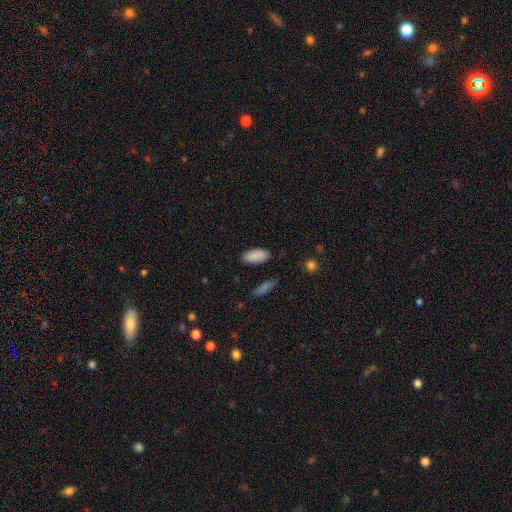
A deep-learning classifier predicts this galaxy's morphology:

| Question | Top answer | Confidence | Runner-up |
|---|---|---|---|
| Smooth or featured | smooth | 88% | star or artifact (7%) |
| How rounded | in between | 90% | cigar-shaped (8%) |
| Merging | none | 83% | minor disturbance (12%) |